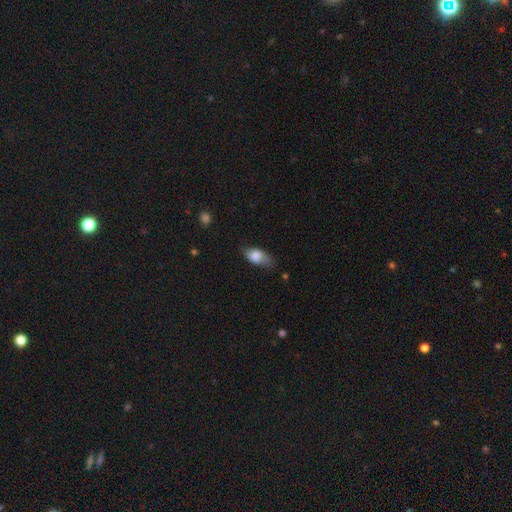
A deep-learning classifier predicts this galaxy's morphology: smooth-or-featured: smooth: 78% | featured or disk: 16% | star or artifact: 7%
  how-rounded: in between: 87% | cigar-shaped: 7% | round: 5%
  merging: none: 63% | minor disturbance: 28% | major disturbance: 8% | merger: 2%